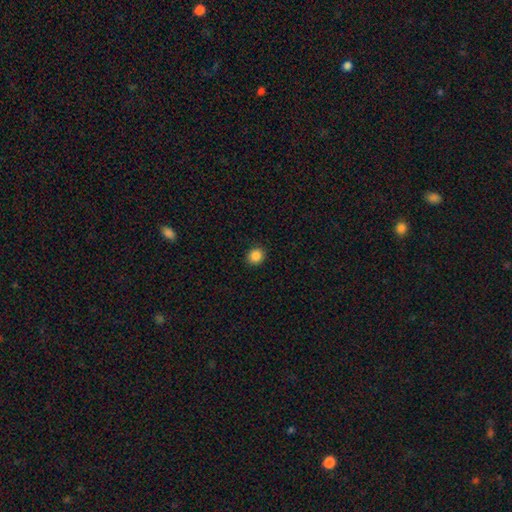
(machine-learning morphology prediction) Smooth or featured: smooth — 87% (star or artifact — 10%)
How rounded: round — 80% (in between — 19%)
Merging: none — 91% (minor disturbance — 6%)